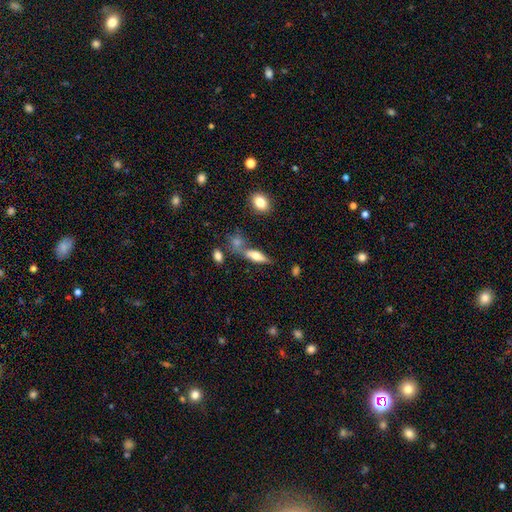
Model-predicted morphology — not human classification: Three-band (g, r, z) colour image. It shows a smooth galaxy with no disk features (57%) that is cigar-shaped (49%). Merging: none (54%).